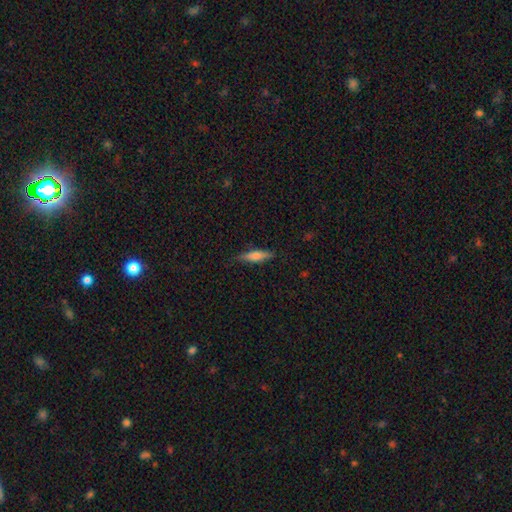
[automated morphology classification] Smooth or featured? smooth (57%)
How rounded? cigar-shaped (79%)
Merging? none (86%)